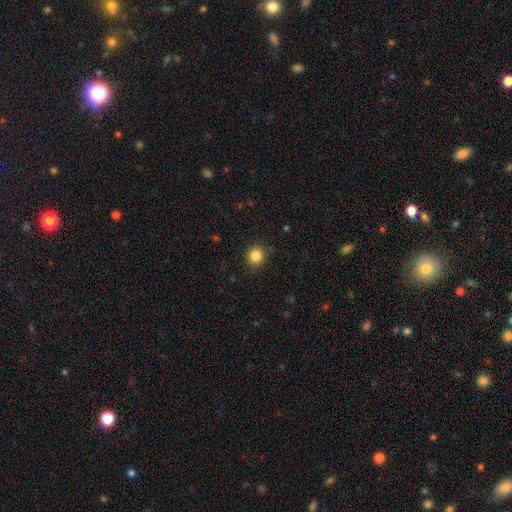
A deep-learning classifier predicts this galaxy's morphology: The model was most divided on "smooth or featured": smooth: 85%, star or artifact: 11%, featured or disk: 5%. More confident: merging — none (89%); how rounded — round (88%).